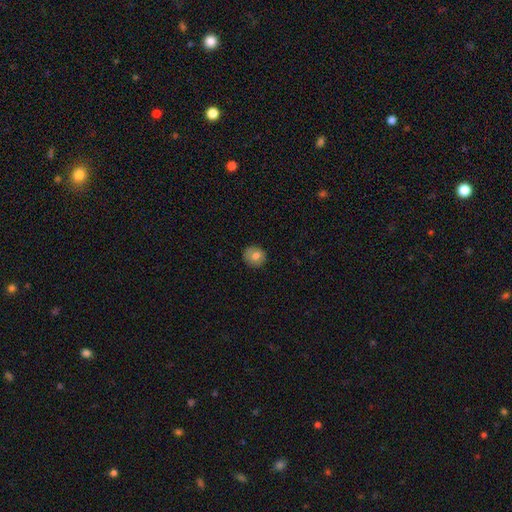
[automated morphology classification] This is likely a smooth galaxy (75%). How rounded: clearly round (86%). Merging: clearly none (85%).